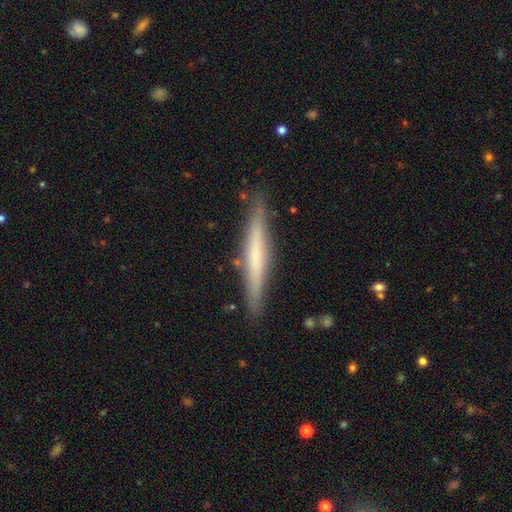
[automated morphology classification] type=featured or disk (51%); edge-on=yes (96%); merging=none (87%).